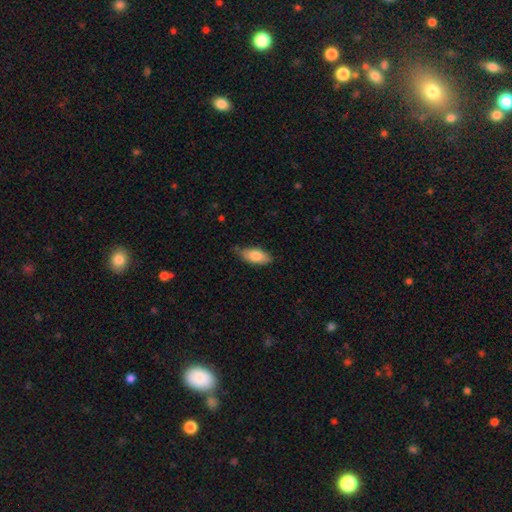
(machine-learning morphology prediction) Smooth or featured?
  - smooth: 80% *
  - featured or disk: 14%
  - star or artifact: 6%
How rounded?
  - in between: 85% *
  - cigar-shaped: 12%
  - round: 2%
Merging?
  - none: 74% *
  - minor disturbance: 21%
  - major disturbance: 3%
  - merger: 2%